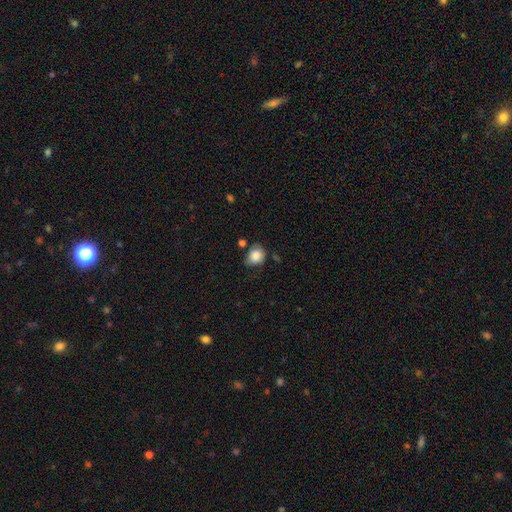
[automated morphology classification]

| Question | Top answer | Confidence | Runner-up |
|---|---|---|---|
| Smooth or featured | smooth | 84% | star or artifact (8%) |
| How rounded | round | 60% | in between (39%) |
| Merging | none | 55% | minor disturbance (31%) |